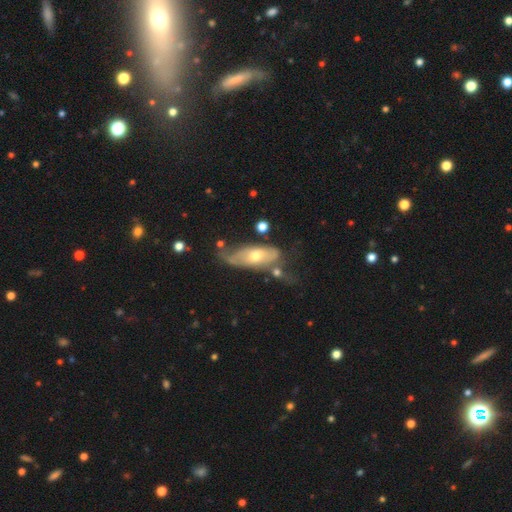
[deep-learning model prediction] featured or disk 57%, smooth 36%, star or artifact 7%. Down the decision tree: edge-on disk — no (77%); merging — none (40%).